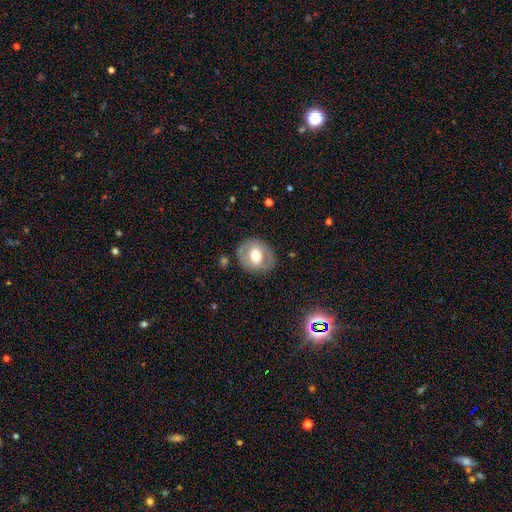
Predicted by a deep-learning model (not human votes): smooth-or-featured: smooth: 49% | featured or disk: 44% | star or artifact: 7%
  merging: none: 79% | minor disturbance: 13% | major disturbance: 5% | merger: 2%